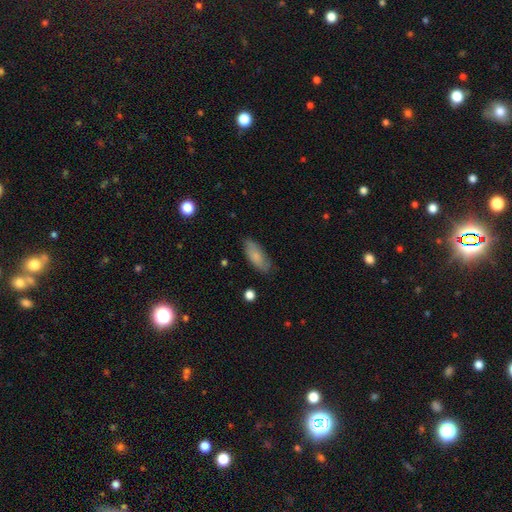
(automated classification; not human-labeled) Smooth or featured?
  - smooth: 74% *
  - featured or disk: 19%
  - star or artifact: 7%
How rounded?
  - in between: 80% *
  - cigar-shaped: 18%
  - round: 2%
Merging?
  - none: 79% *
  - minor disturbance: 16%
  - major disturbance: 3%
  - merger: 1%